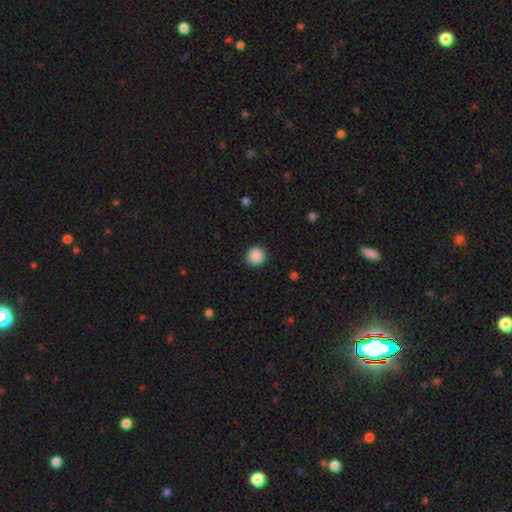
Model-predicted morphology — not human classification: The model was most divided on "smooth or featured": smooth: 89%, star or artifact: 9%, featured or disk: 2%. More confident: how rounded — round (93%); merging — none (92%).